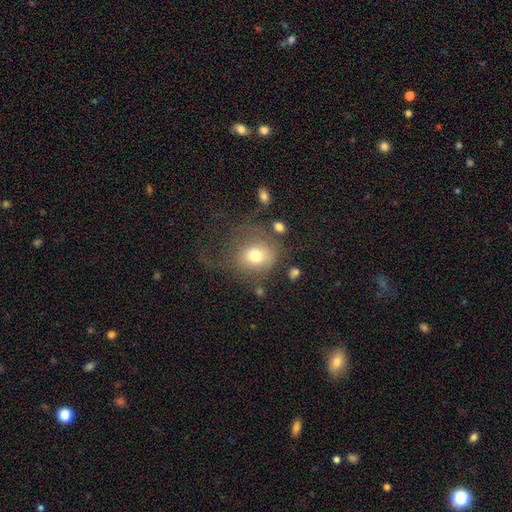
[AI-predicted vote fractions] Morphology: type=smooth (72%); roundness=round (76%); merging=none (44%).